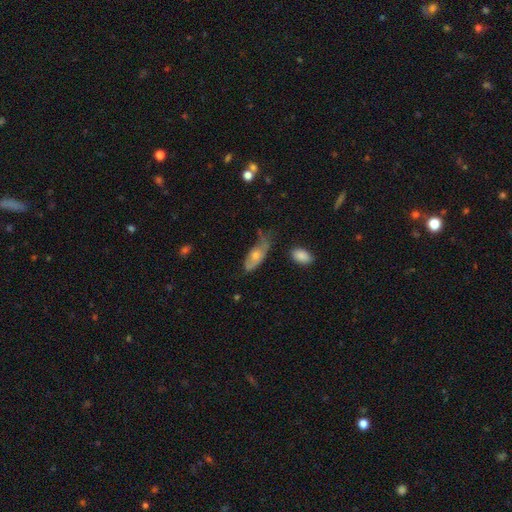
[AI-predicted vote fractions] A smooth galaxy with no disk features (50%).

Vote fractions:
- Smooth or featured? smooth: 50% / featured or disk: 41% / star or artifact: 9%
- Merging? none: 38% / minor disturbance: 36% / major disturbance: 22% / merger: 5%